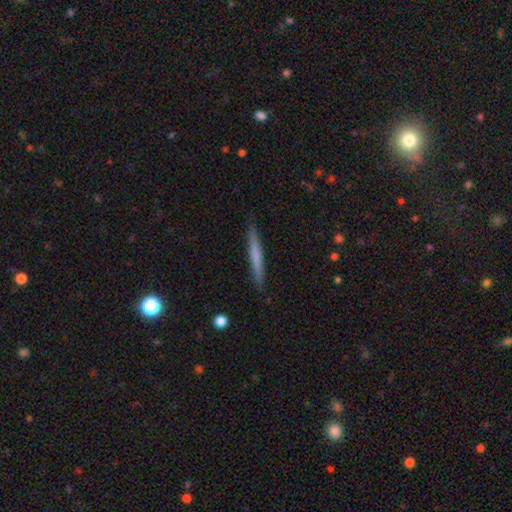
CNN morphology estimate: This appears to be a smooth galaxy with no disk features (58%) that is cigar-shaped (96%). Merging: none (90%).